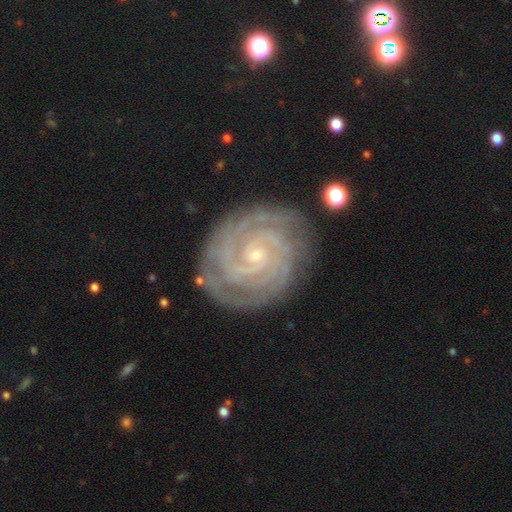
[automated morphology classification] smooth_or_featured: featured or disk (p=0.91) [alt: star or artifact p=0.05]
disk_edge_on: no (p=0.98) [alt: yes p=0.02]
bar: no (p=0.69) [alt: weak p=0.23]
has_spiral_arms: yes (p=0.99) [alt: no p=0.01]
spiral_winding: tight (p=0.85) [alt: medium p=0.13]
spiral_arm_count: 2 (p=0.38) [alt: 3 p=0.23]
bulge_size: small (p=0.85) [alt: moderate p=0.11]
merging: none (p=0.81) [alt: minor disturbance p=0.14]